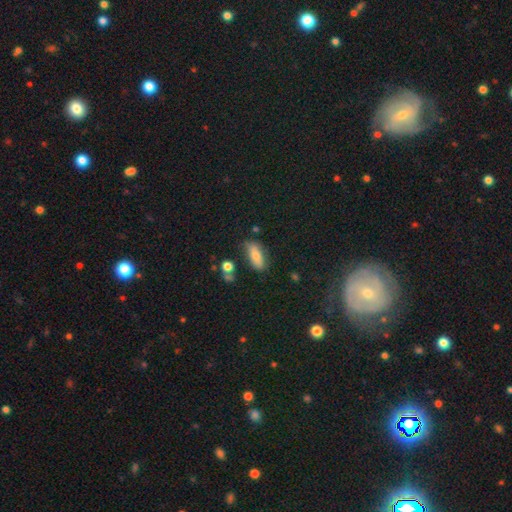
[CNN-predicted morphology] Smooth or featured?
  - smooth: 74% *
  - featured or disk: 18%
  - star or artifact: 8%
How rounded?
  - in between: 75% *
  - cigar-shaped: 22%
  - round: 3%
Merging?
  - none: 73% *
  - minor disturbance: 18%
  - major disturbance: 5%
  - merger: 5%